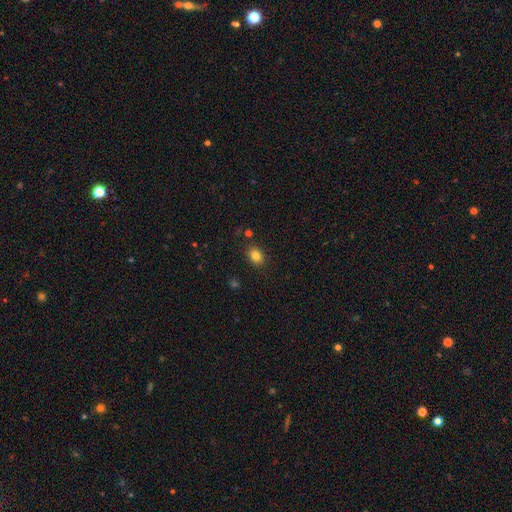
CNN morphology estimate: smooth 82%, star or artifact 11%, featured or disk 7%. Down the decision tree: how rounded — in between (58%); merging — none (85%).